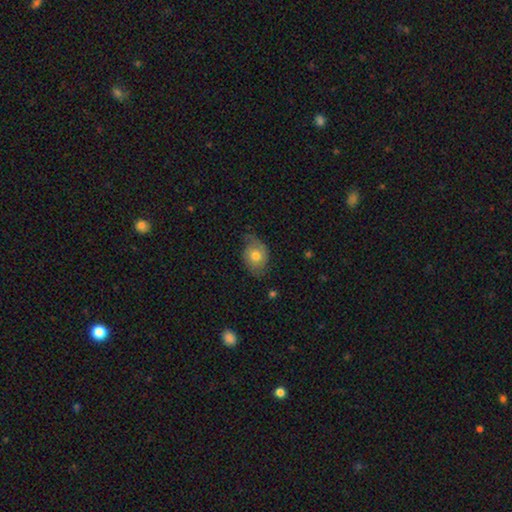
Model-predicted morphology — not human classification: This is possibly a smooth galaxy (56%). How rounded: likely in between (68%). Merging: possibly none (53%).